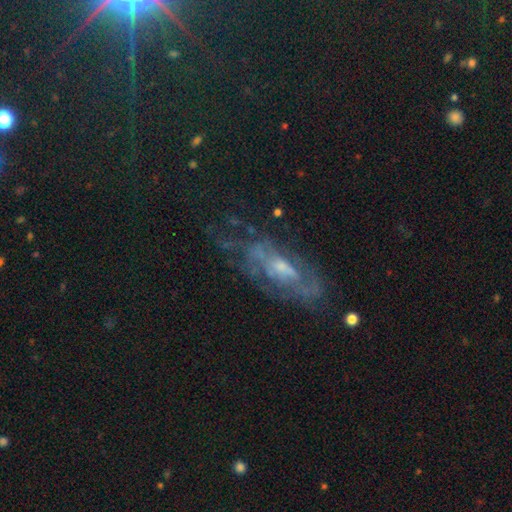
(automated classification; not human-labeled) smooth-or-featured: featured or disk: 59% | star or artifact: 26% | smooth: 15%
  disk-edge-on: no: 81% | yes: 19%
  merging: none: 73% | minor disturbance: 17% | major disturbance: 8% | merger: 2%